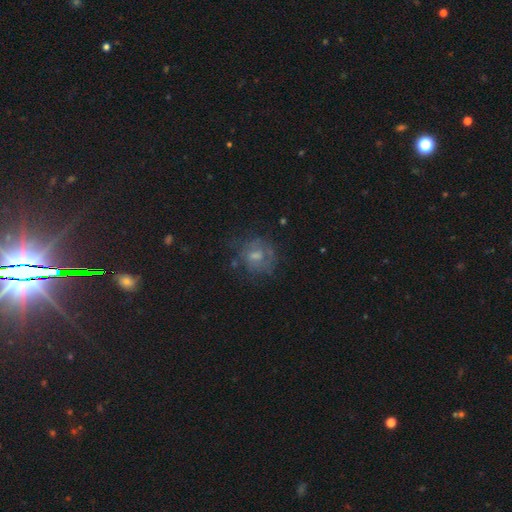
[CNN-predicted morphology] Smooth or featured? featured or disk (44%)
Merging? none (67%)